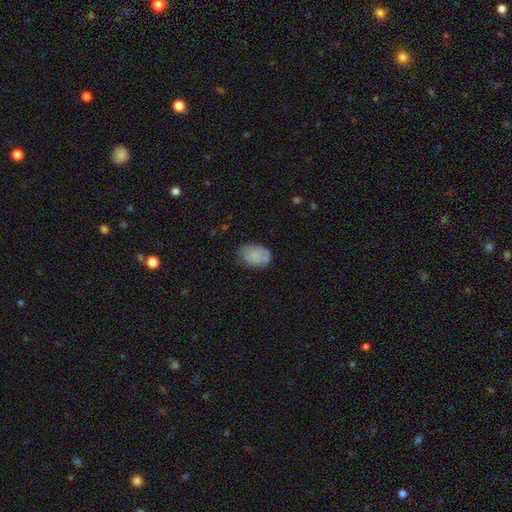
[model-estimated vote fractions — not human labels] smooth_or_featured: smooth (p=0.73) [alt: featured or disk p=0.19]
how_rounded: in between (p=0.84) [alt: round p=0.15]
merging: none (p=0.64) [alt: minor disturbance p=0.26]